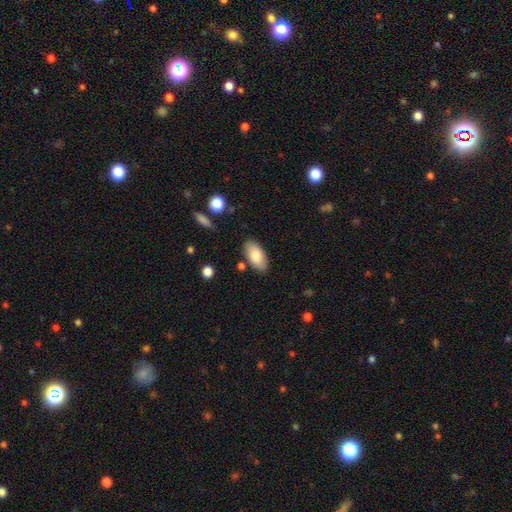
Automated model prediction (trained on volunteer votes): smooth_or_featured: smooth (p=0.82) [alt: featured or disk p=0.12]
how_rounded: in between (p=0.94) [alt: cigar-shaped p=0.04]
merging: none (p=0.83) [alt: minor disturbance p=0.11]